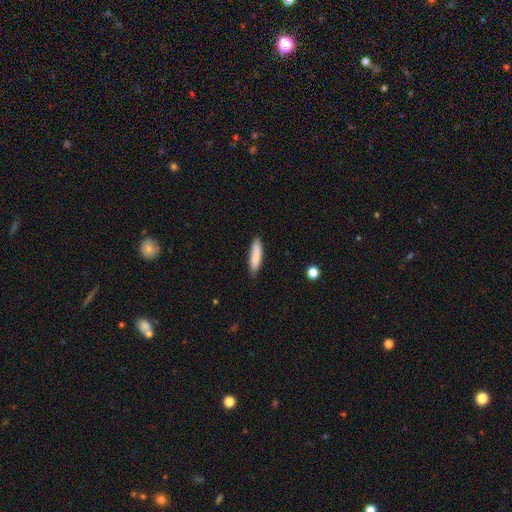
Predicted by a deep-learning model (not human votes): A smooth galaxy with no disk features (86%) that is cigar-shaped (71%).

Vote fractions:
- Smooth or featured? smooth: 86% / featured or disk: 8% / star or artifact: 6%
- How rounded? cigar-shaped: 71% / in between: 27% / round: 1%
- Merging? none: 85% / minor disturbance: 12% / major disturbance: 2% / merger: 1%